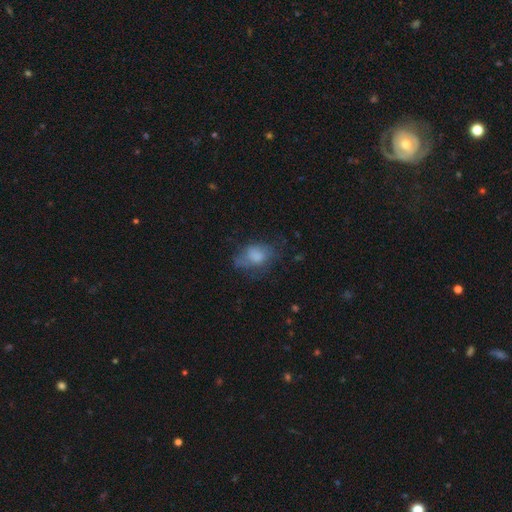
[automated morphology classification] Smooth or featured: smooth — 67% (featured or disk — 22%)
How rounded: in between — 69% (round — 29%)
Merging: none — 43% (minor disturbance — 29%)